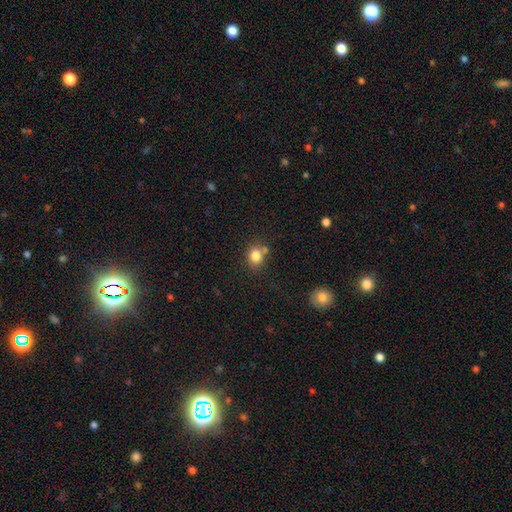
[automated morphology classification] type=smooth (81%); roundness=round (70%); merging=none (64%).